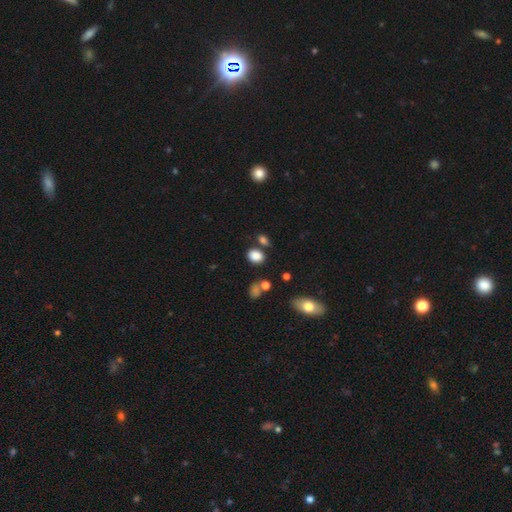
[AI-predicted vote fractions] A smooth galaxy with no disk features (84%) that is in between round and cigar-shaped (54%).

Vote fractions:
- Smooth or featured? smooth: 84% / star or artifact: 12% / featured or disk: 5%
- How rounded? in between: 54% / round: 45% / cigar-shaped: 1%
- Merging? none: 70% / merger: 13% / minor disturbance: 13% / major disturbance: 4%